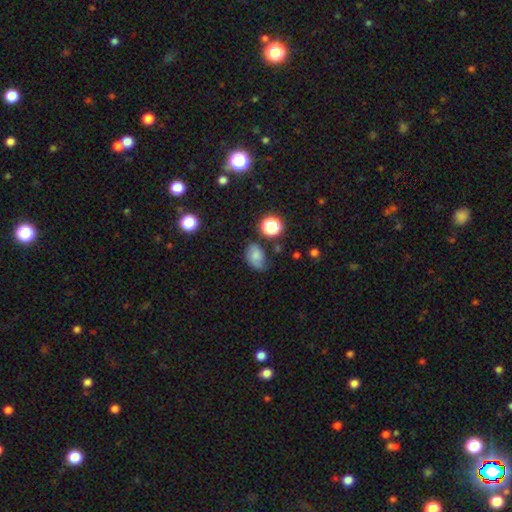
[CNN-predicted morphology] Smooth or featured? Predicted: smooth (p=0.64). How rounded? Predicted: in between (p=0.76). Merging? Predicted: none (p=0.54).